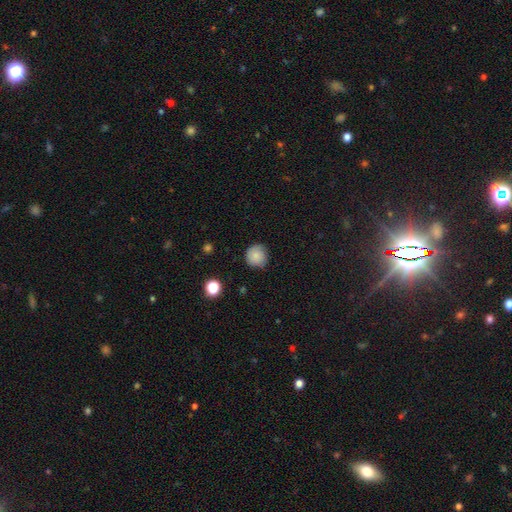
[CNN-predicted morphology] type=smooth (82%); roundness=round (92%); merging=none (79%).